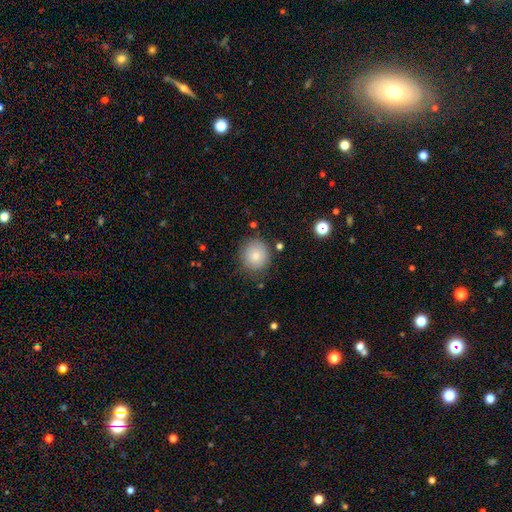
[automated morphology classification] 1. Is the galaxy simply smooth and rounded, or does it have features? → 80% smooth, 11% featured or disk, 9% star or artifact.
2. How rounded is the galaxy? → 90% round, 10% in between, 1% cigar-shaped.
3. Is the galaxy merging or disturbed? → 82% none, 12% minor disturbance, 4% major disturbance, 2% merger.